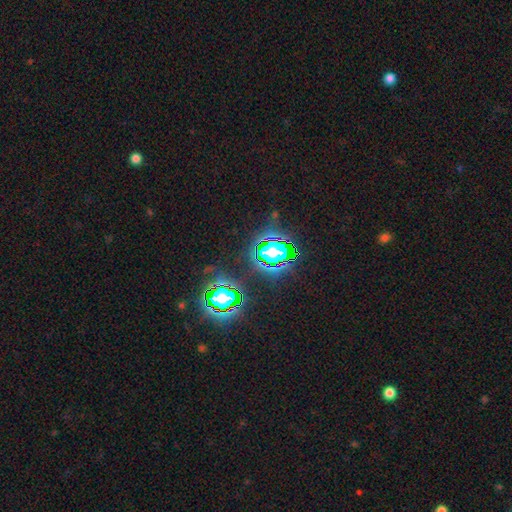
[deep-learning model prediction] A star or artifact, not a galaxy (82%).